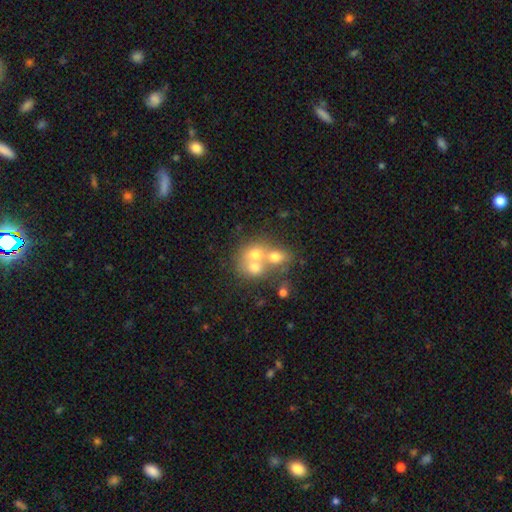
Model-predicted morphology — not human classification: A smooth galaxy with no disk features (56%) that is round (66%).

Vote fractions:
- Smooth or featured? smooth: 56% / featured or disk: 31% / star or artifact: 13%
- How rounded? round: 66% / in between: 33% / cigar-shaped: 1%
- Merging? merger: 66% / none: 24% / minor disturbance: 6% / major disturbance: 4%